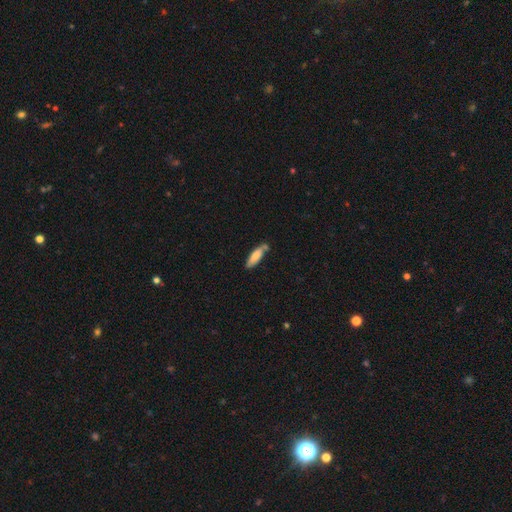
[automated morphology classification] type=smooth (77%); roundness=cigar-shaped (60%); merging=none (62%).